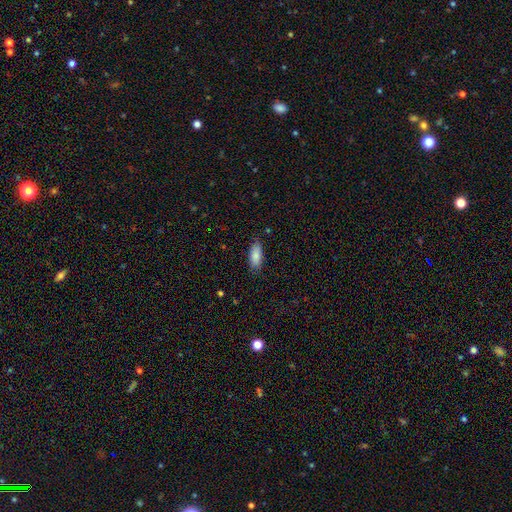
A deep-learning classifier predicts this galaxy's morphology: This is clearly a smooth galaxy (86%). How rounded: clearly in between (82%). Merging: clearly none (81%).